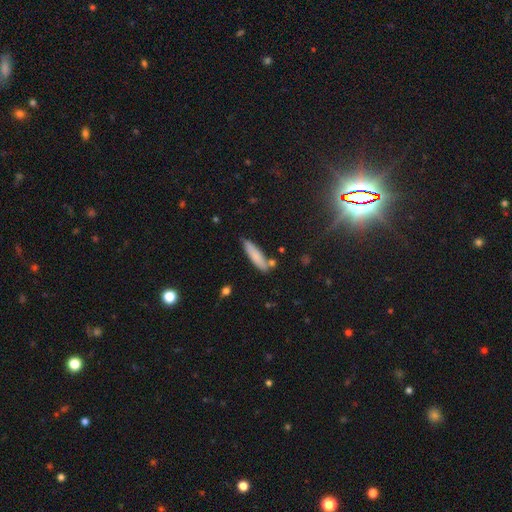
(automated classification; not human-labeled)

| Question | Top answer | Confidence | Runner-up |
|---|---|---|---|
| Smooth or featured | smooth | 79% | featured or disk (14%) |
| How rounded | cigar-shaped | 76% | in between (23%) |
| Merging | none | 76% | minor disturbance (14%) |